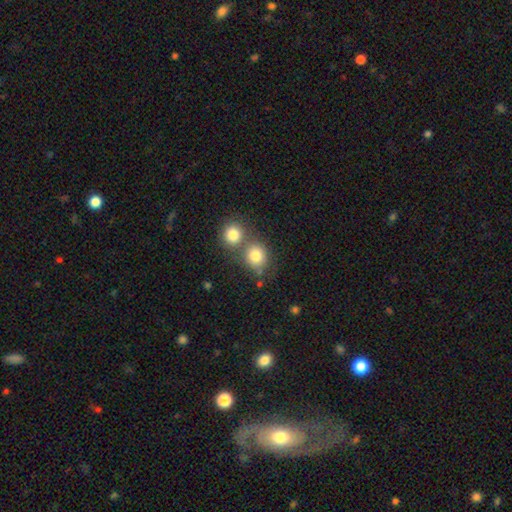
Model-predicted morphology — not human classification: Smooth or featured: smooth — 80% (star or artifact — 11%)
How rounded: round — 78% (in between — 21%)
Merging: none — 46% (merger — 42%)